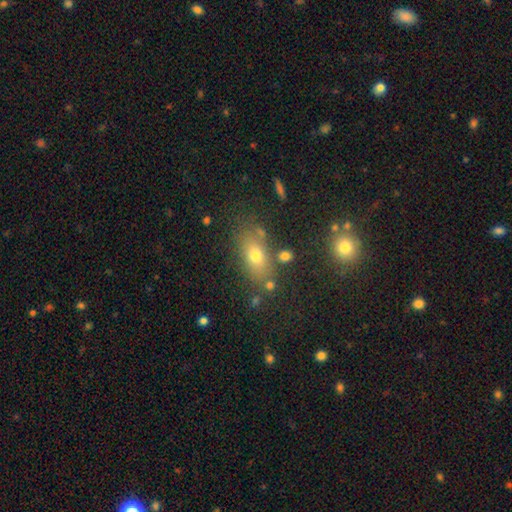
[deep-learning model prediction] This appears to be a smooth galaxy with no disk features (68%) that is in between round and cigar-shaped (77%). Merging: none (75%).